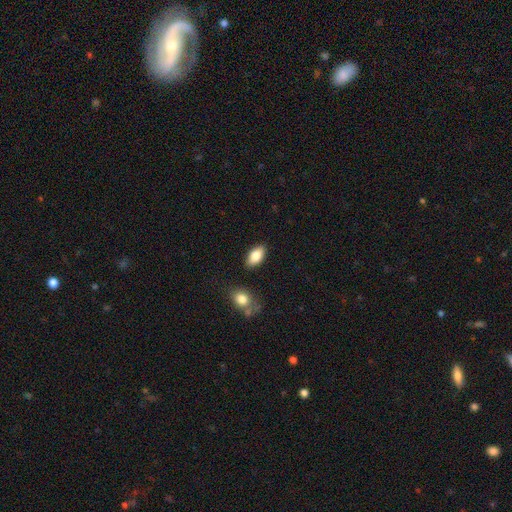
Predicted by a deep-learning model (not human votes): A smooth galaxy with no disk features (82%) that is in between round and cigar-shaped (92%).

Vote fractions:
- Smooth or featured? smooth: 82% / featured or disk: 12% / star or artifact: 7%
- How rounded? in between: 92% / cigar-shaped: 4% / round: 4%
- Merging? none: 86% / minor disturbance: 9% / merger: 3% / major disturbance: 2%